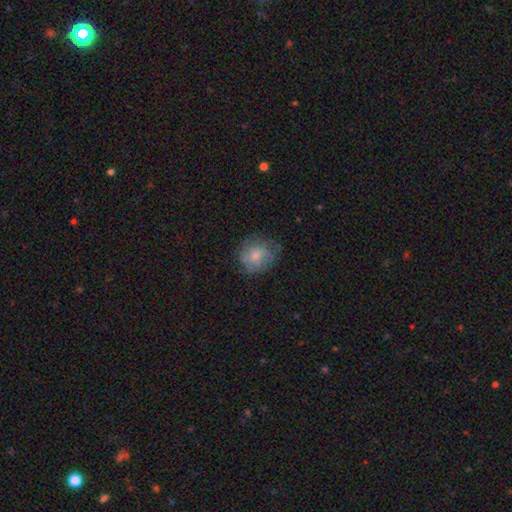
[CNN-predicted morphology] Overall: smooth (61%; featured or disk 31%). How rounded: round (74%). Merging: none (63%; minor disturbance 24%).